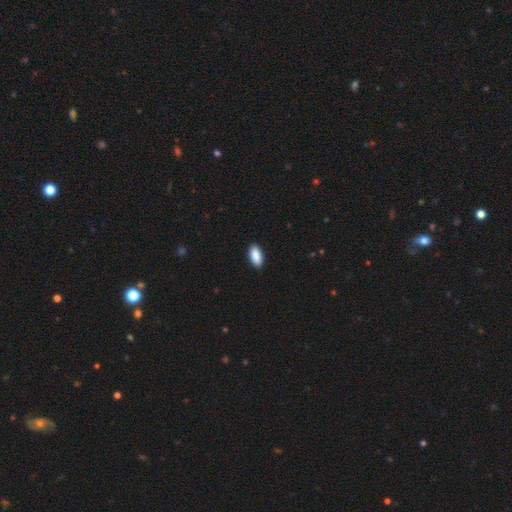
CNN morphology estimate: This appears to be a smooth galaxy with no disk features (91%) that is in between round and cigar-shaped (92%). Merging: none (90%).